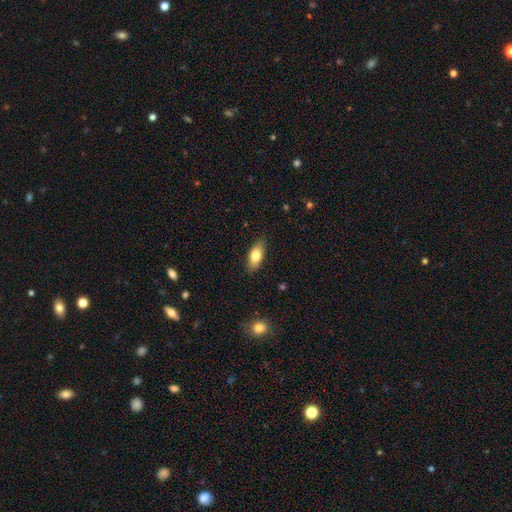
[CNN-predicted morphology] Smooth or featured?
  - smooth: 78% *
  - featured or disk: 15%
  - star or artifact: 7%
How rounded?
  - in between: 85% *
  - cigar-shaped: 12%
  - round: 3%
Merging?
  - none: 86% *
  - minor disturbance: 11%
  - major disturbance: 2%
  - merger: 1%